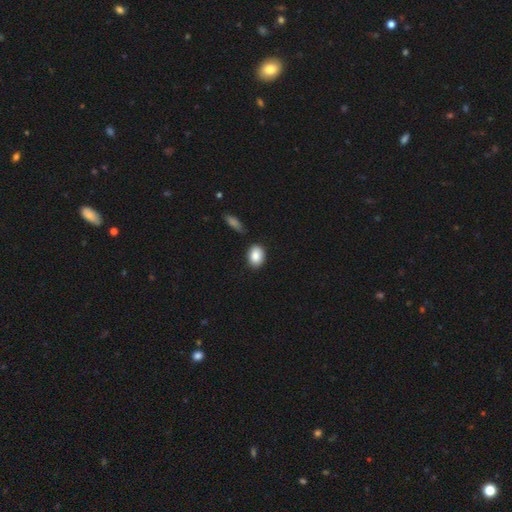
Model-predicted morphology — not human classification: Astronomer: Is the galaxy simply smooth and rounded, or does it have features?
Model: smooth — 87%.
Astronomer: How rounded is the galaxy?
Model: in between — 74%.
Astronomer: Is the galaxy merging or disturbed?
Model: none — 80%.